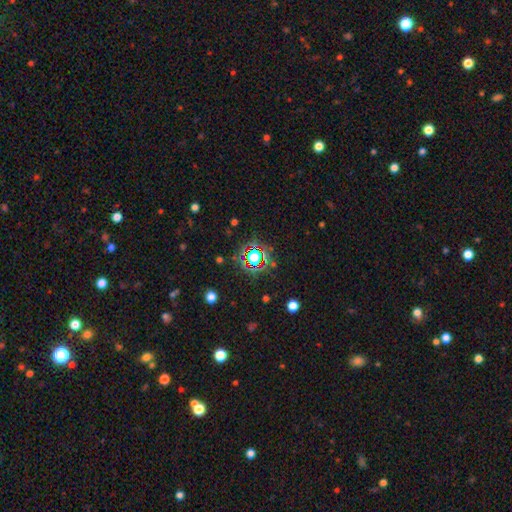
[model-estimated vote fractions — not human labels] A star or artifact, not a galaxy (67%).

Vote fractions:
- Smooth or featured? star or artifact: 67% / smooth: 22% / featured or disk: 11%